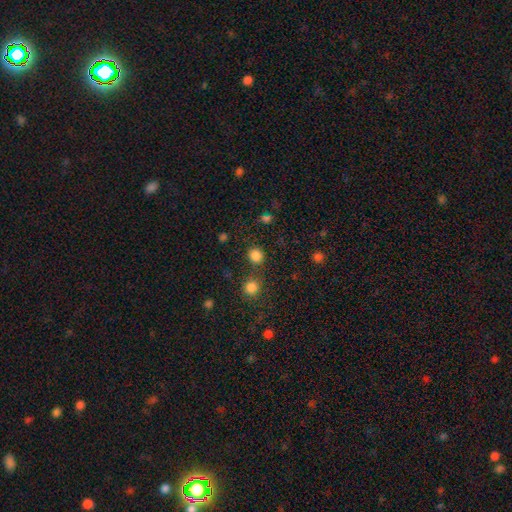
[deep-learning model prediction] smooth_or_featured: smooth (p=0.81) [alt: star or artifact p=0.15]
how_rounded: round (p=0.83) [alt: in between p=0.16]
merging: none (p=0.74) [alt: merger p=0.13]